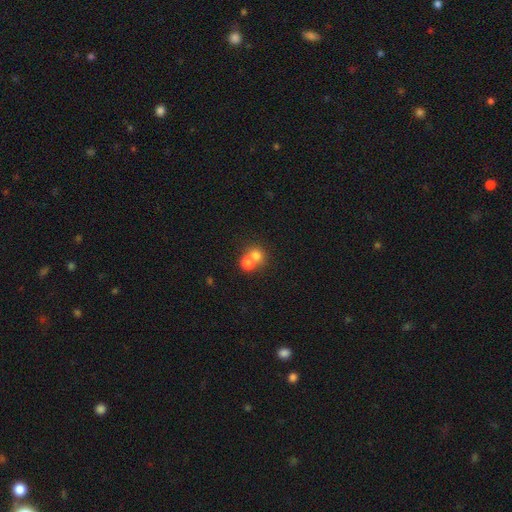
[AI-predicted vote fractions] smooth 74%, featured or disk 14%, star or artifact 12%. Down the decision tree: how rounded — round (75%); merging — merger (61%).